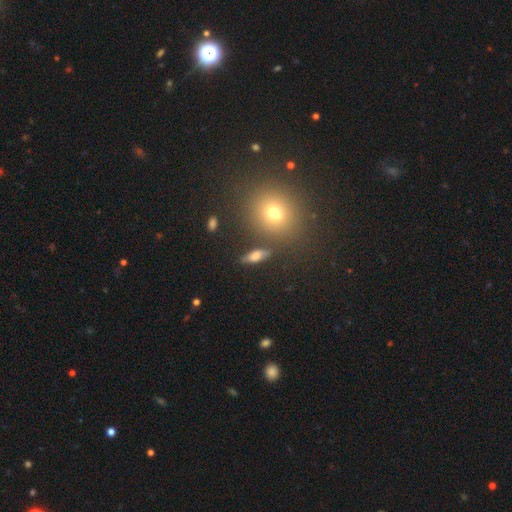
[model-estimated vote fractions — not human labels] Smooth or featured? smooth (60%)
How rounded? in between (50%)
Merging? none (77%)